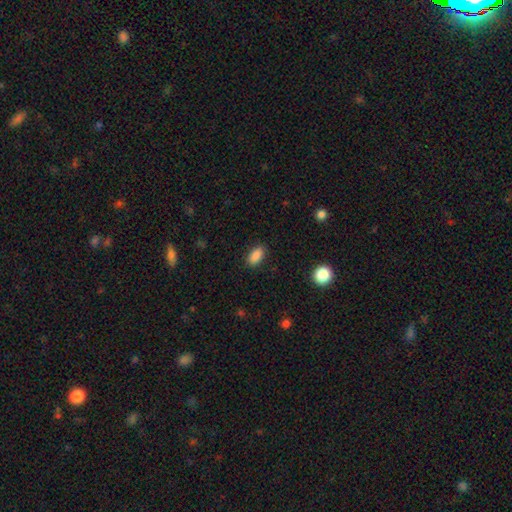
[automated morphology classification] Overall: smooth (87%). How rounded: in between (90%). Merging: none (88%).